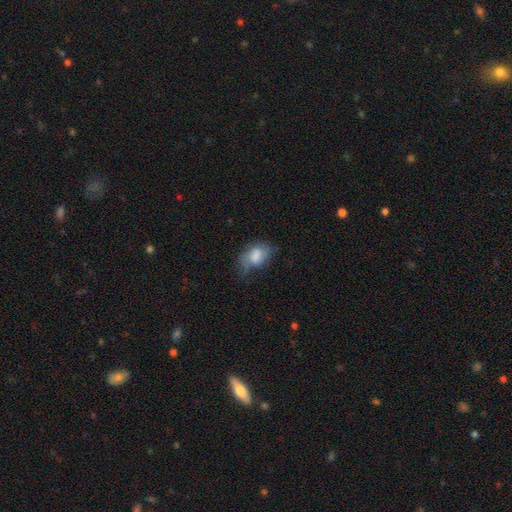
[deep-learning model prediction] smooth_or_featured: smooth (p=0.67) [alt: featured or disk p=0.25]
how_rounded: in between (p=0.84) [alt: round p=0.14]
merging: none (p=0.41) [alt: minor disturbance p=0.34]